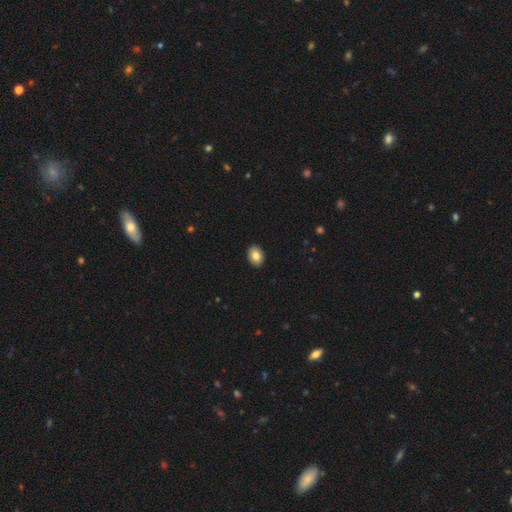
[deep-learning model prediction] Overall: smooth (83%). How rounded: in between (74%). Merging: none (92%).